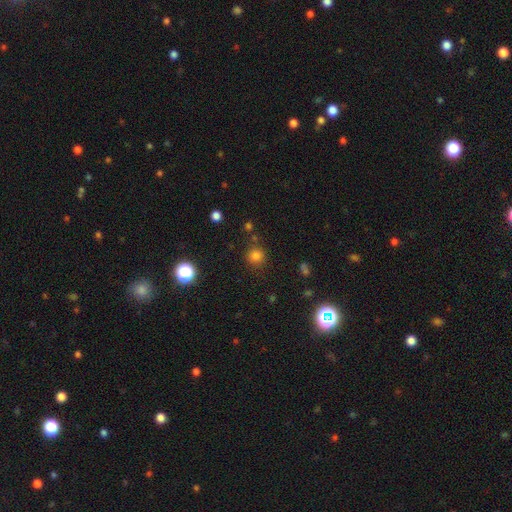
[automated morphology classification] smooth-or-featured: smooth: 77% | star or artifact: 18% | featured or disk: 5%
  how-rounded: round: 90% | in between: 9% | cigar-shaped: 1%
  merging: none: 82% | minor disturbance: 10% | merger: 4% | major disturbance: 4%